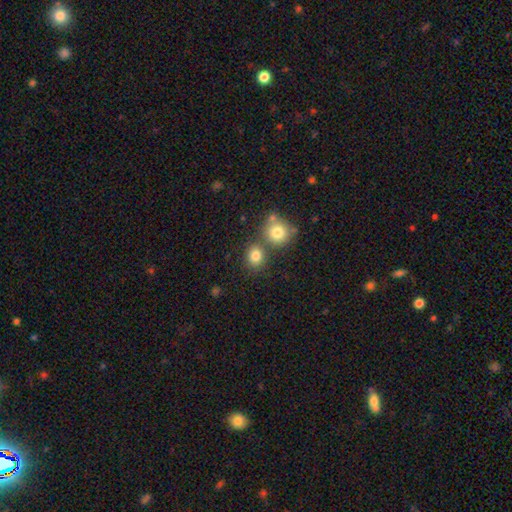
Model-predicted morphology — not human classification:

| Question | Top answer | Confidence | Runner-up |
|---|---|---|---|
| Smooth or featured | smooth | 81% | star or artifact (12%) |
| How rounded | round | 76% | in between (23%) |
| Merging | none | 62% | merger (26%) |